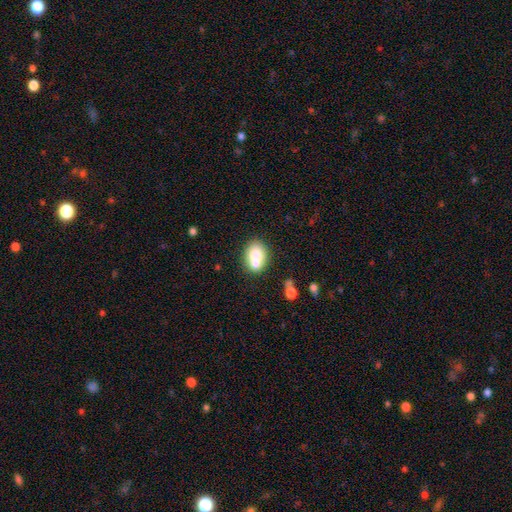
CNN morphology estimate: Smooth or featured? smooth (70%)
How rounded? in between (51%)
Merging? merger (48%)